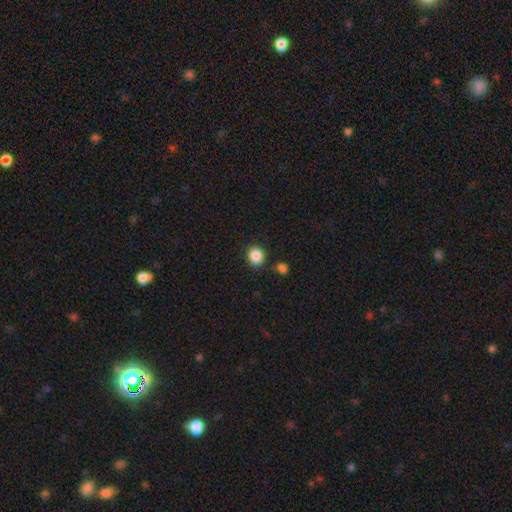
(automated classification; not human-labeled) Q: Smooth or featured?
A: smooth (87%); runner-up: star or artifact (9%)
Q: How rounded?
A: round (73%); runner-up: in between (26%)
Q: Merging?
A: none (84%); runner-up: minor disturbance (9%)